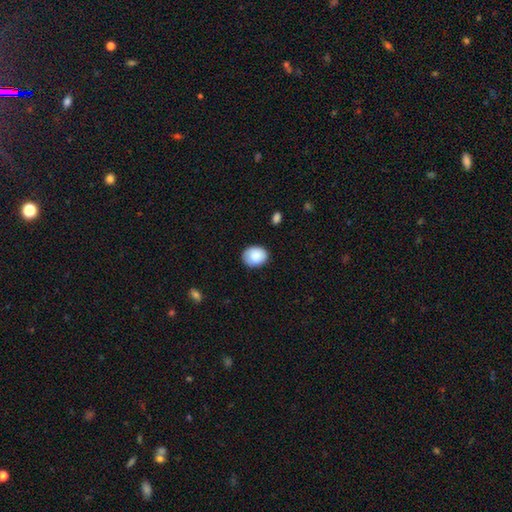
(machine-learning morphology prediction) Smooth or featured? Predicted: smooth (p=0.88). How rounded? Predicted: round (p=0.53). Merging? Predicted: none (p=0.83).